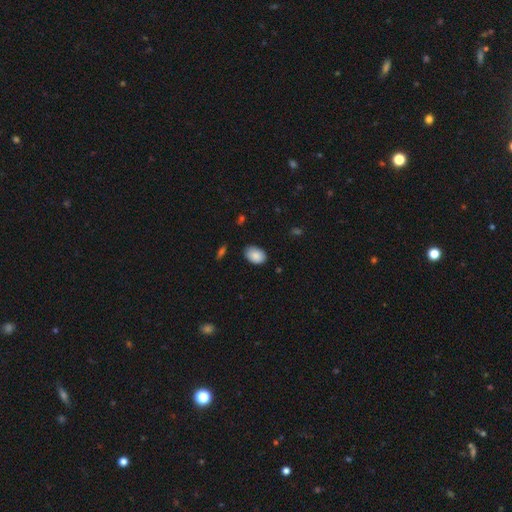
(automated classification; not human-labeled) This appears to be a smooth galaxy with no disk features (88%) that is in between round and cigar-shaped (86%). Merging: none (84%).